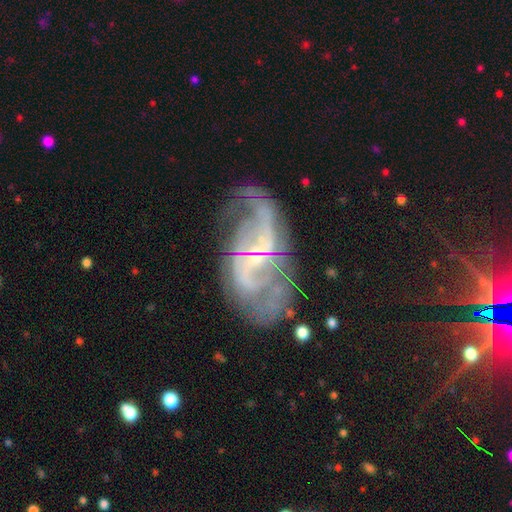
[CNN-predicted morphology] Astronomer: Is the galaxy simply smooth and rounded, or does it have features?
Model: featured or disk — 80%.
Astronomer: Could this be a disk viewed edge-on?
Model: no — 96%.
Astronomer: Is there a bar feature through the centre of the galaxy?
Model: weak — 44% (runner-up: no, 40%).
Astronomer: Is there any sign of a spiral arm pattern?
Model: yes — 81%.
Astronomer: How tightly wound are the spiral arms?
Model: loose — 43% (runner-up: medium, 37%).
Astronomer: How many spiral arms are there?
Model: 2 — 48% (runner-up: can't tell, 29%).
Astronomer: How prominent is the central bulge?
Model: small — 68%.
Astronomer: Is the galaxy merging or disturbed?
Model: none — 49%.